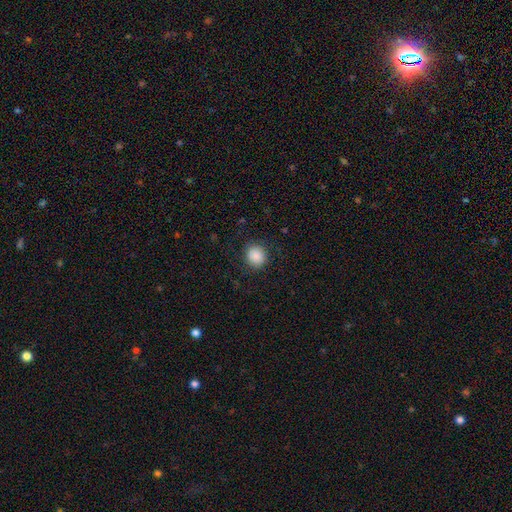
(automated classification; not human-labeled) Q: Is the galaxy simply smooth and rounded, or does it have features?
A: smooth — 88%.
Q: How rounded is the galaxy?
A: round — 80%.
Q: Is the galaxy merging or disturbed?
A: none — 86%.